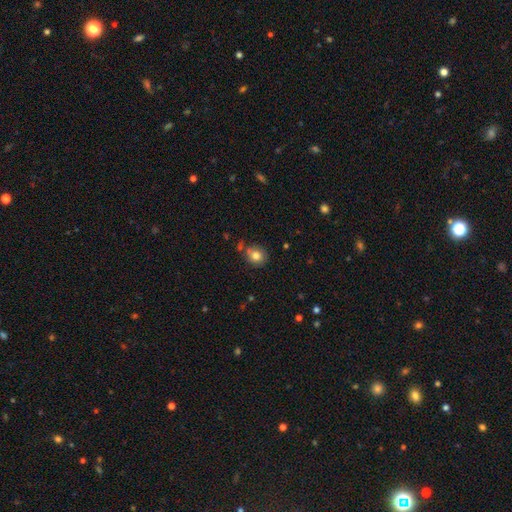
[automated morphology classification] This appears to be a smooth galaxy with no disk features (79%) that is round (76%). Merging: none (70%).